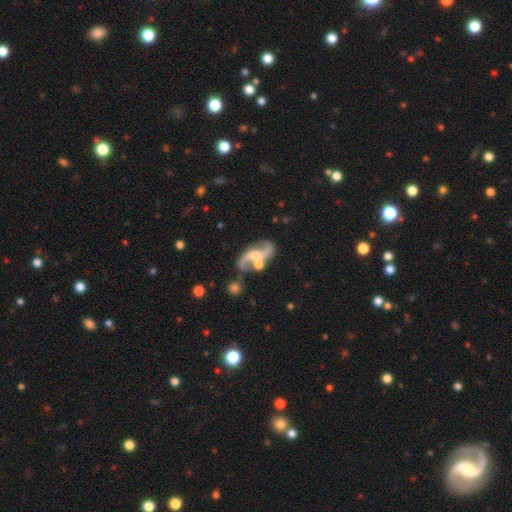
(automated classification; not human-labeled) smooth_or_featured: featured or disk (p=0.88) [alt: smooth p=0.07]
disk_edge_on: no (p=0.97) [alt: yes p=0.03]
bar: weak (p=0.40) [alt: no p=0.39]
has_spiral_arms: yes (p=0.96) [alt: no p=0.04]
spiral_winding: loose (p=0.62) [alt: medium p=0.31]
spiral_arm_count: 2 (p=0.94) [alt: can't tell p=0.02]
bulge_size: moderate (p=0.45) [alt: small p=0.30]
merging: none (p=0.63) [alt: minor disturbance p=0.15]